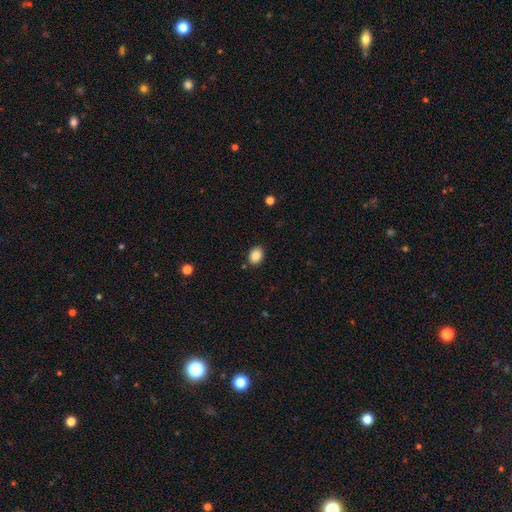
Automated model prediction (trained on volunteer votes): This appears to be a smooth galaxy with no disk features (87%) that is in between round and cigar-shaped (67%). Merging: none (86%).